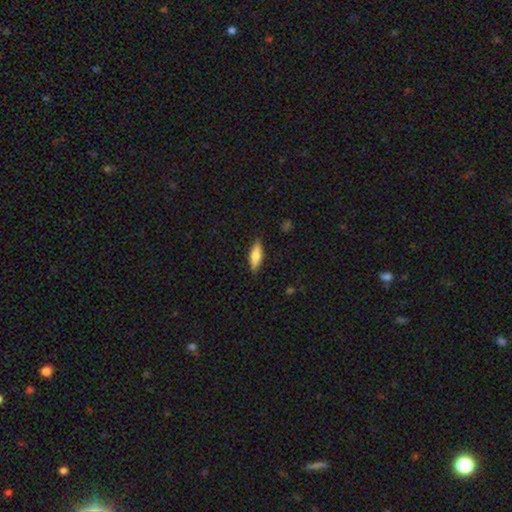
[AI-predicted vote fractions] Morphology: type=smooth (66%); roundness=cigar-shaped (54%); merging=none (86%).